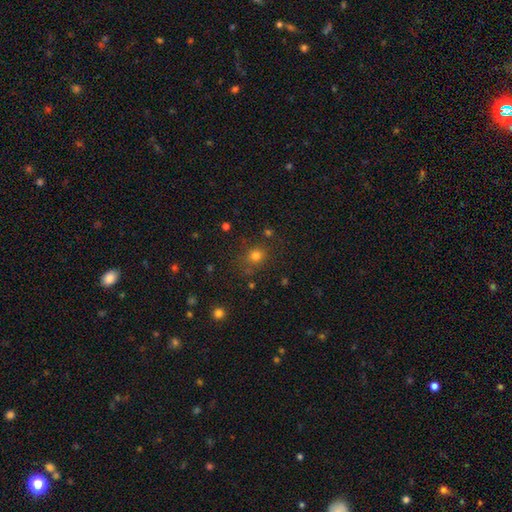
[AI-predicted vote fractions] Smooth or featured: smooth — 72% (star or artifact — 21%)
How rounded: round — 80% (in between — 19%)
Merging: none — 77% (minor disturbance — 13%)